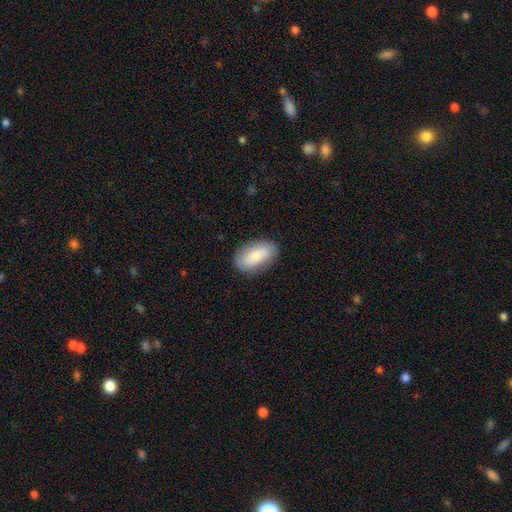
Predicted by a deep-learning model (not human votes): This appears to be a smooth galaxy with no disk features (79%) that is in between round and cigar-shaped (93%). Merging: none (85%).